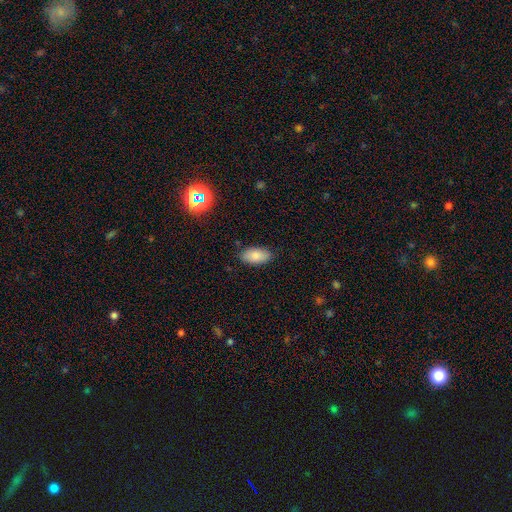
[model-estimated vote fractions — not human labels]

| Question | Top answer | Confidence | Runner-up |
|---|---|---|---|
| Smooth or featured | smooth | 83% | featured or disk (9%) |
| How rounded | in between | 93% | cigar-shaped (4%) |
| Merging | none | 85% | minor disturbance (11%) |